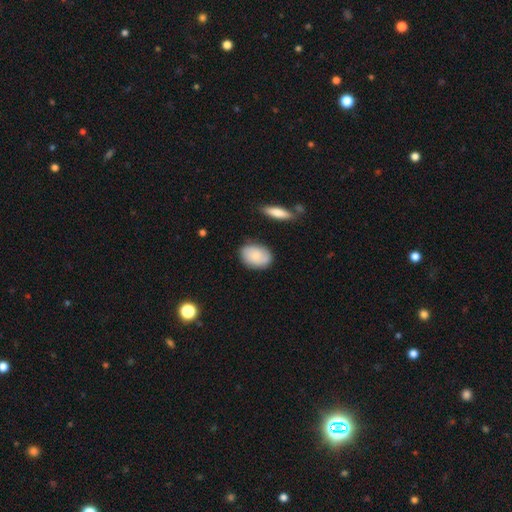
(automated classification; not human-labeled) smooth_or_featured: smooth (p=0.81) [alt: featured or disk p=0.13]
how_rounded: in between (p=0.83) [alt: round p=0.15]
merging: none (p=0.82) [alt: minor disturbance p=0.13]